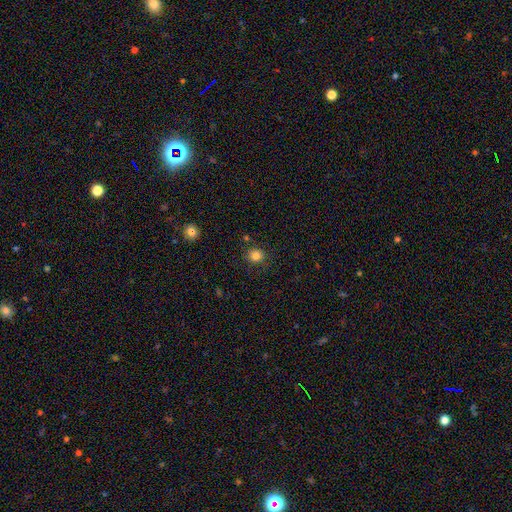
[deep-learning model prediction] Smooth or featured? smooth (83%)
How rounded? round (86%)
Merging? none (85%)